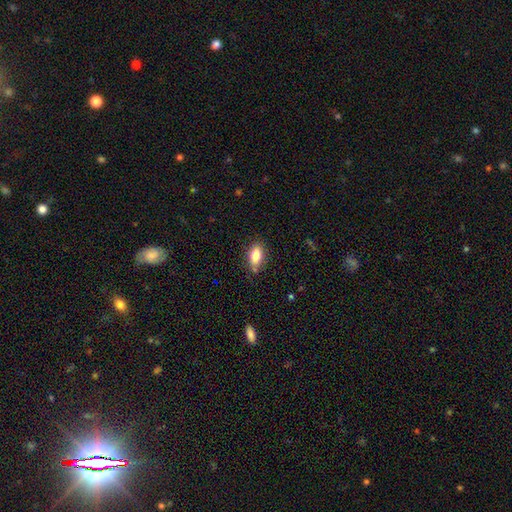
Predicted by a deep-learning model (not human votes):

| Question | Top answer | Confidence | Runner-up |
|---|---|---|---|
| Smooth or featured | smooth | 80% | featured or disk (13%) |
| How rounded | in between | 88% | cigar-shaped (6%) |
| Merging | none | 80% | minor disturbance (14%) |